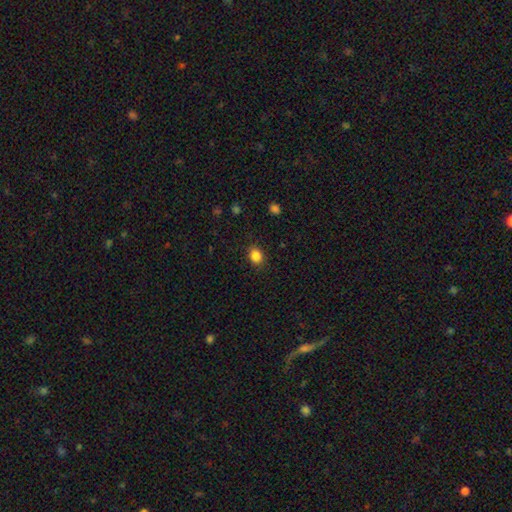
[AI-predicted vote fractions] Q: Smooth or featured?
A: smooth (86%); runner-up: star or artifact (10%)
Q: How rounded?
A: round (51%); runner-up: in between (48%)
Q: Merging?
A: none (87%); runner-up: minor disturbance (10%)